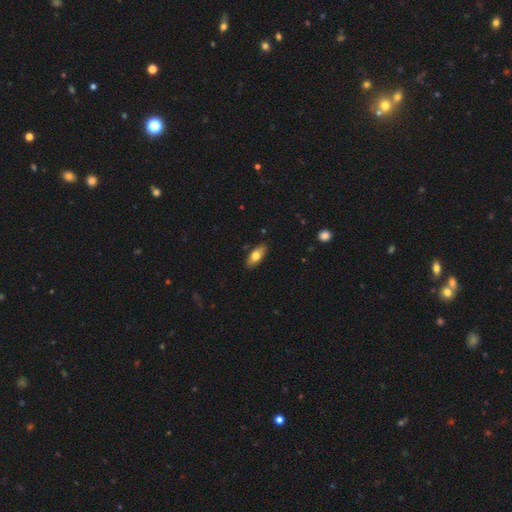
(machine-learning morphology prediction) Smooth or featured: smooth — 71% (featured or disk — 23%)
How rounded: in between — 77% (cigar-shaped — 20%)
Merging: none — 87% (minor disturbance — 10%)